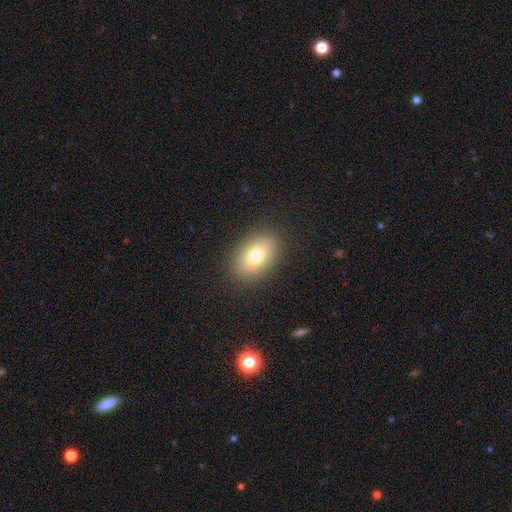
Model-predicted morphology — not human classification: Smooth or featured?
  - smooth: 74% *
  - featured or disk: 16%
  - star or artifact: 10%
How rounded?
  - in between: 84% *
  - round: 14%
  - cigar-shaped: 2%
Merging?
  - none: 84% *
  - minor disturbance: 11%
  - major disturbance: 3%
  - merger: 2%